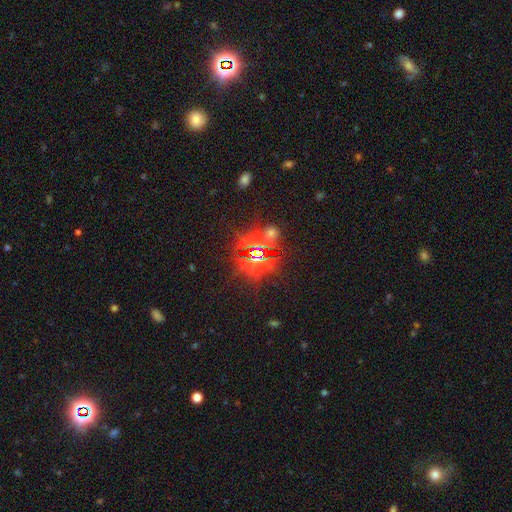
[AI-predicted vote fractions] star or artifact 81%, smooth 11%, featured or disk 8%.